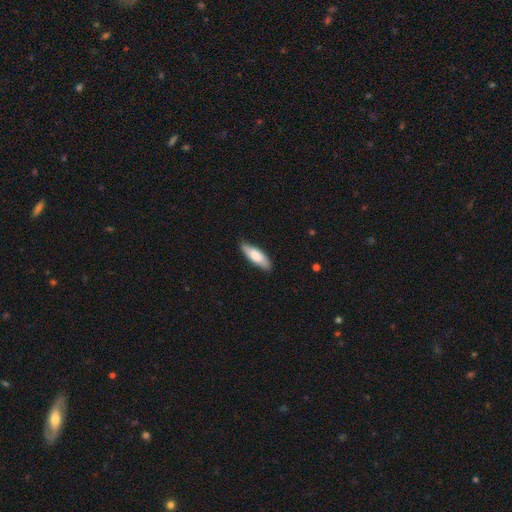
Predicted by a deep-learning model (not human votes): smooth 77%, featured or disk 18%, star or artifact 5%. Down the decision tree: how rounded — in between (56%); merging — none (85%).